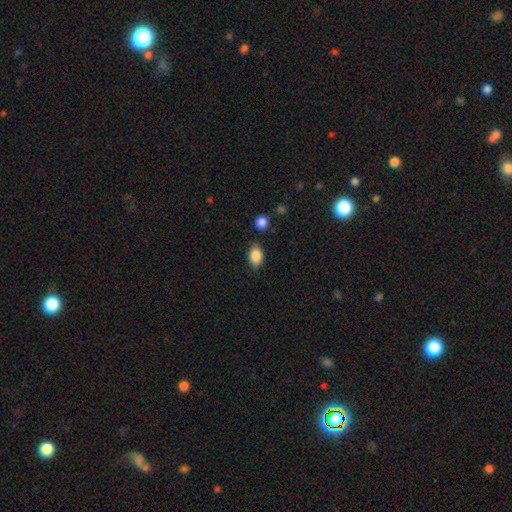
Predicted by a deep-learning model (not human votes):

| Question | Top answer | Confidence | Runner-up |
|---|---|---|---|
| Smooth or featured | smooth | 87% | star or artifact (8%) |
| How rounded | in between | 84% | round (15%) |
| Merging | none | 81% | minor disturbance (13%) |